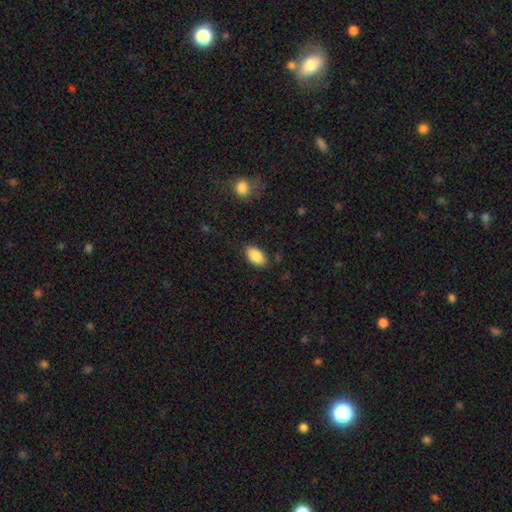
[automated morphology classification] Q: Smooth or featured?
A: smooth (88%); runner-up: star or artifact (7%)
Q: How rounded?
A: in between (94%); runner-up: round (4%)
Q: Merging?
A: none (85%); runner-up: minor disturbance (11%)